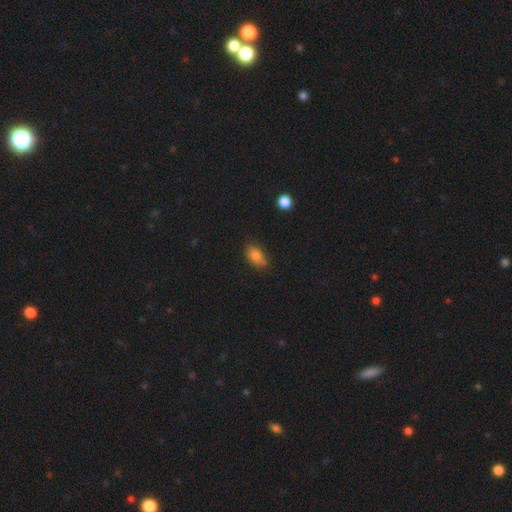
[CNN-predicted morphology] Smooth or featured? Predicted: smooth (p=0.79). How rounded? Predicted: in between (p=0.87). Merging? Predicted: none (p=0.72).